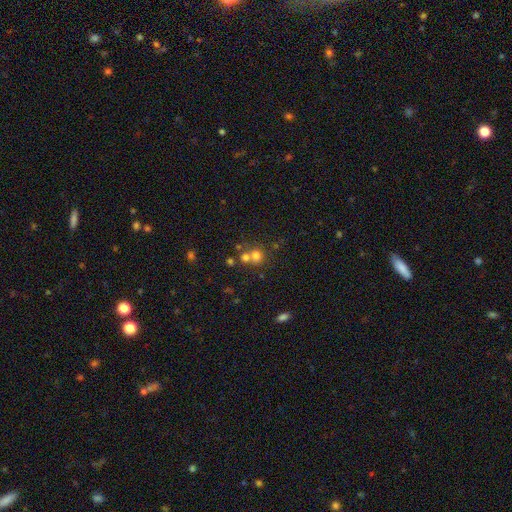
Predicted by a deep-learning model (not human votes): This is likely a smooth galaxy (69%). How rounded: clearly round (85%). Merging: possibly none (47%).